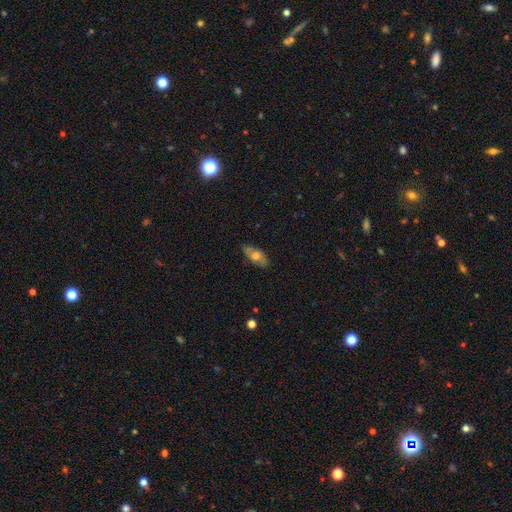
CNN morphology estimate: The model was most divided on "smooth or featured": smooth: 54%, featured or disk: 38%, star or artifact: 8%. More confident: how rounded — in between (83%); merging — none (80%).